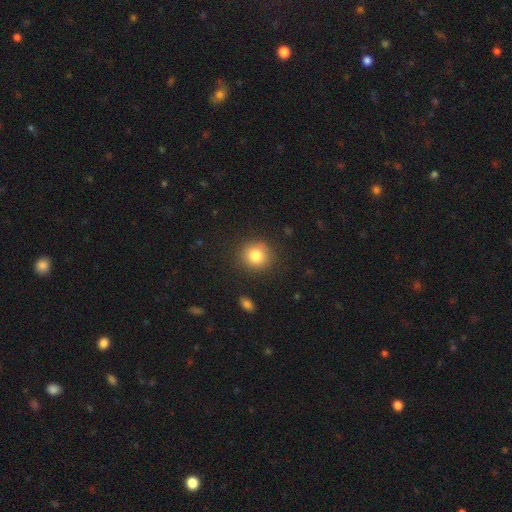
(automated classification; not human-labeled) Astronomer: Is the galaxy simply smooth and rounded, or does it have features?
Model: smooth — 82%.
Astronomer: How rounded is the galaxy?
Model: round — 89%.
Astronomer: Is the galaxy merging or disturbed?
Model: none — 87%.